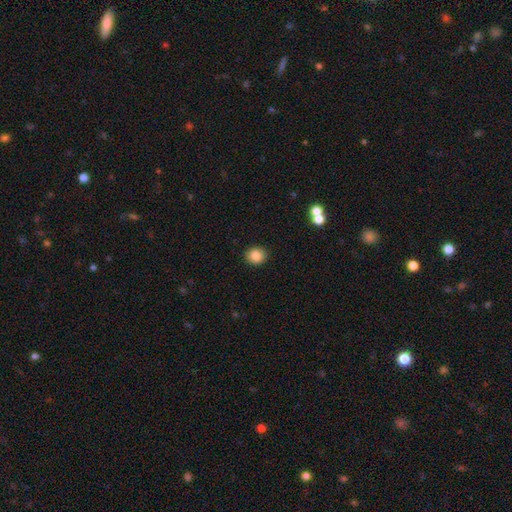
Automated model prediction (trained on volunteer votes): smooth 86%, star or artifact 9%, featured or disk 4%. Down the decision tree: how rounded — round (84%); merging — none (90%).